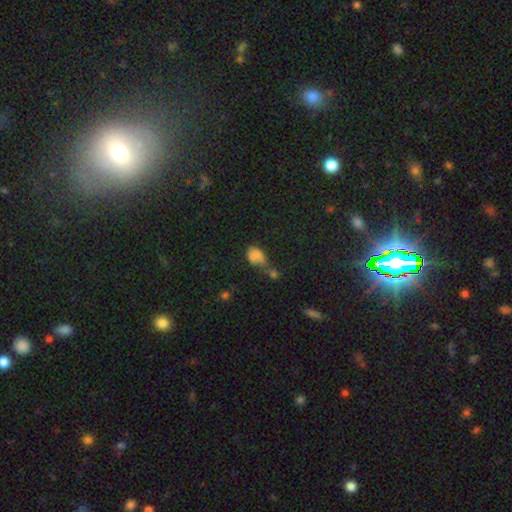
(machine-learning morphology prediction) Smooth or featured? Predicted: smooth (p=0.67). How rounded? Predicted: in between (p=0.79). Merging? Predicted: merger (p=0.41).